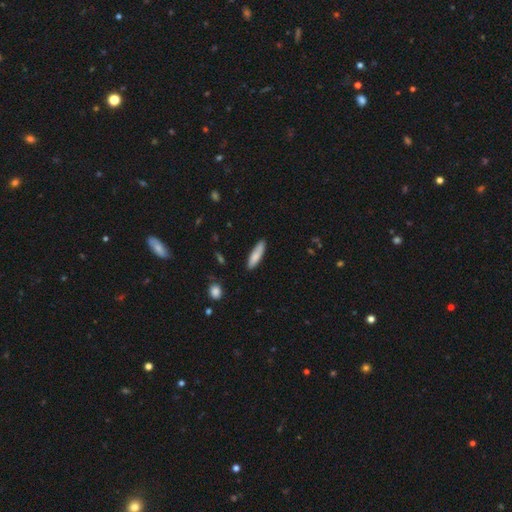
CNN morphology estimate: Smooth or featured? smooth (81%)
How rounded? cigar-shaped (69%)
Merging? none (82%)